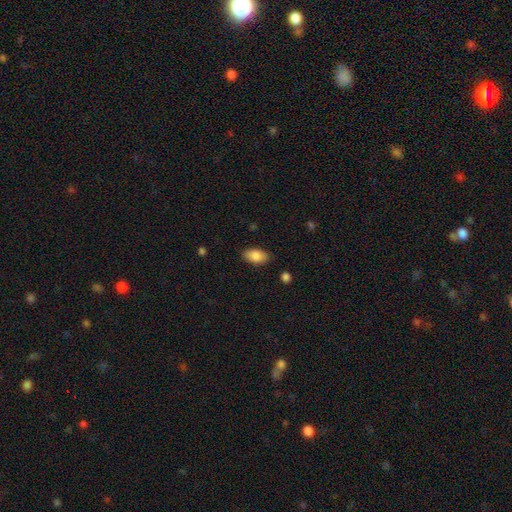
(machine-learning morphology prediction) Smooth or featured? Predicted: smooth (p=0.85). How rounded? Predicted: in between (p=0.93). Merging? Predicted: none (p=0.85).